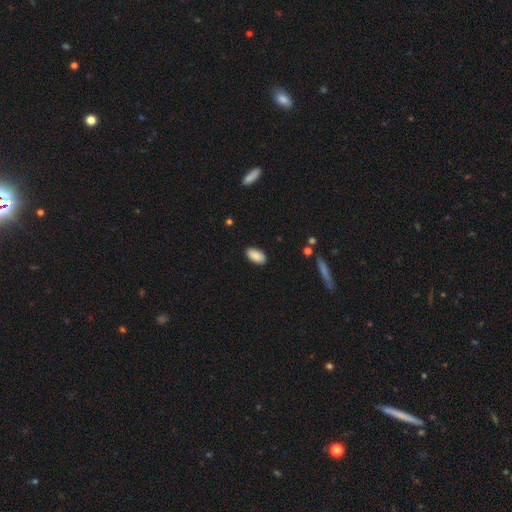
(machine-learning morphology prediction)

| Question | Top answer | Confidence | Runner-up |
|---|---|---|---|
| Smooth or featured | smooth | 88% | star or artifact (7%) |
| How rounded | in between | 95% | round (3%) |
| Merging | none | 88% | minor disturbance (9%) |